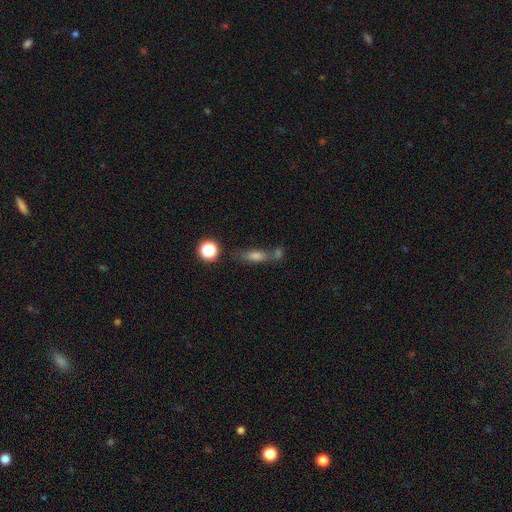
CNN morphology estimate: This is possibly a smooth galaxy (52%). How rounded: marginally in between (45%). Merging: possibly none (58%).